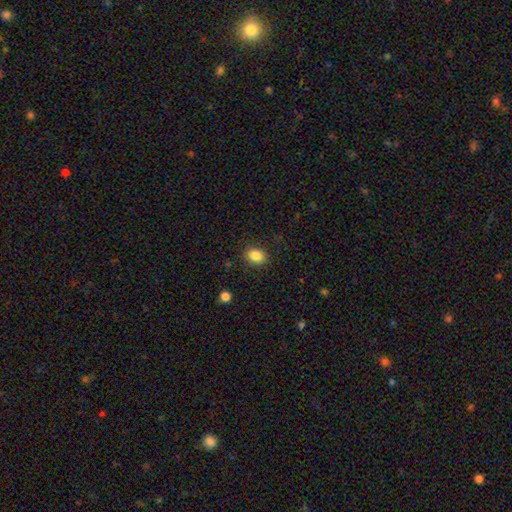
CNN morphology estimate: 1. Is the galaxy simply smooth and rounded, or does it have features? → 87% smooth, 9% star or artifact, 4% featured or disk.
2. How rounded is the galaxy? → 64% in between, 35% round, 1% cigar-shaped.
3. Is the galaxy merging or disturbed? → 85% none, 10% minor disturbance, 3% major disturbance, 1% merger.